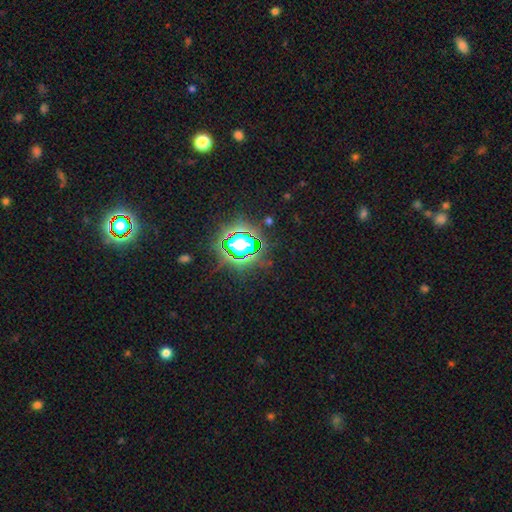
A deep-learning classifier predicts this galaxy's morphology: Smooth or featured? Predicted: star or artifact (p=0.82).